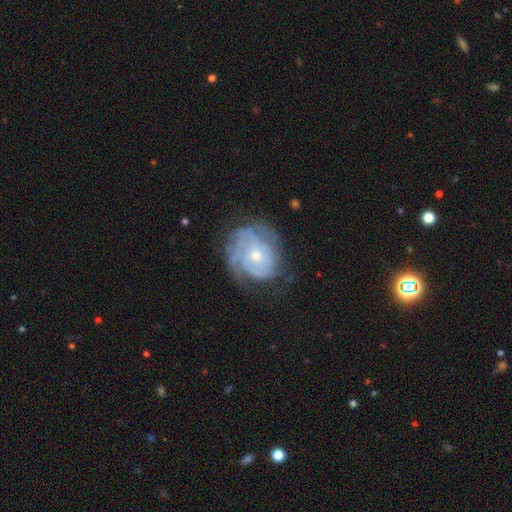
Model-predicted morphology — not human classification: Smooth or featured?
  - featured or disk: 81% *
  - smooth: 13%
  - star or artifact: 6%
Edge-on disk?
  - no: 97% *
  - yes: 3%
Bar?
  - no: 80% *
  - weak: 17%
  - strong: 3%
Spiral arms?
  - yes: 91% *
  - no: 9%
Spiral winding?
  - tight: 68% *
  - medium: 24%
  - loose: 8%
Spiral arm count?
  - can't tell: 43% *
  - 2: 20%
  - 3: 17%
  - 4: 8%
  - 1: 7%
  - more than 4: 5%
Bulge size?
  - small: 61% *
  - moderate: 36%
  - large: 2%
  - none: 1%
  - dominant: 1%
Merging?
  - none: 62% *
  - minor disturbance: 23%
  - major disturbance: 14%
  - merger: 1%